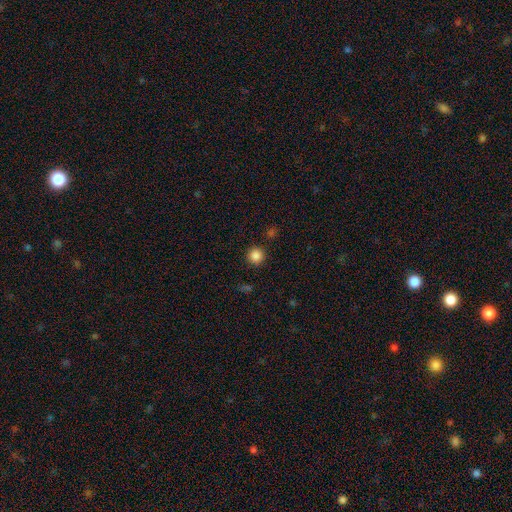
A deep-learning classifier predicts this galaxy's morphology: Overall: smooth (85%). How rounded: round (95%). Merging: none (90%).